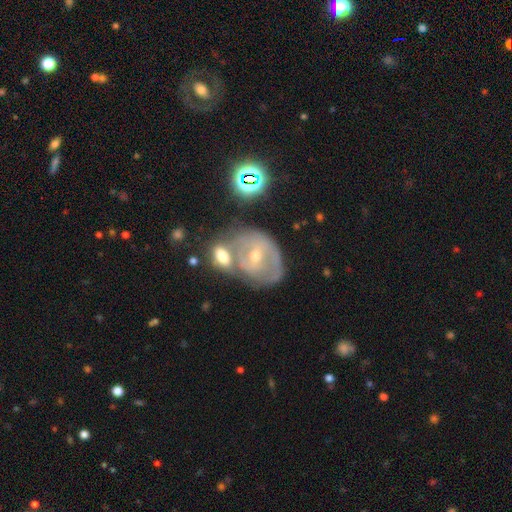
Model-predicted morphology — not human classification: A featured or disk galaxy (70%) with a weak bar (43%), spiral arms (71%) and a small central bulge (51%).

Vote fractions:
- Smooth or featured? featured or disk: 70% / smooth: 19% / star or artifact: 11%
- Edge-on disk? no: 96% / yes: 4%
- Bar? weak: 43% / no: 37% / strong: 20%
- Spiral arms? yes: 71% / no: 29%
- Bulge size? small: 51% / moderate: 45% / large: 2% / none: 1% / dominant: 1%
- Merging? none: 43% / merger: 31% / minor disturbance: 17% / major disturbance: 9%